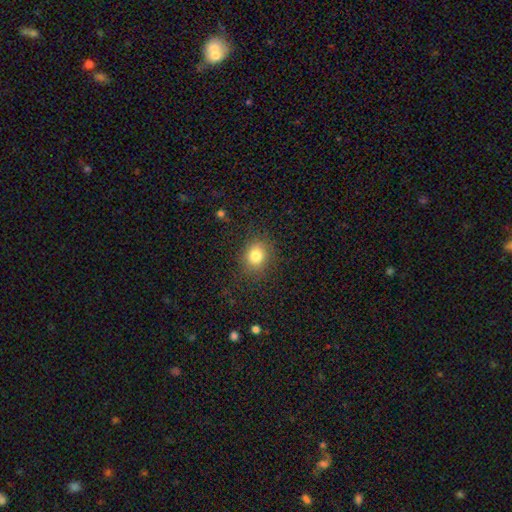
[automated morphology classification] Q: Smooth or featured?
A: smooth (81%); runner-up: star or artifact (12%)
Q: How rounded?
A: round (64%); runner-up: in between (35%)
Q: Merging?
A: none (84%); runner-up: minor disturbance (11%)